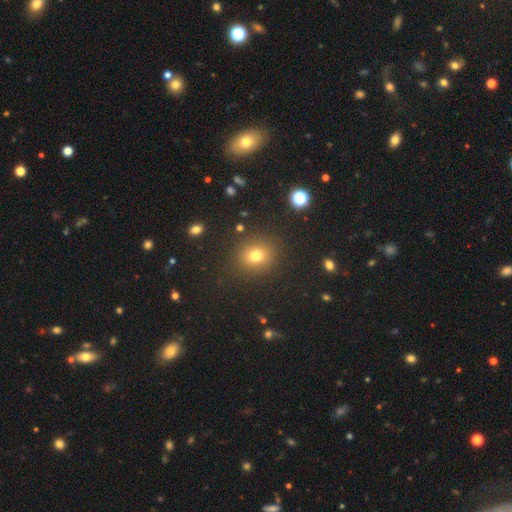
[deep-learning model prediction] smooth 75%, star or artifact 17%, featured or disk 8%. Down the decision tree: how rounded — round (76%); merging — none (88%).